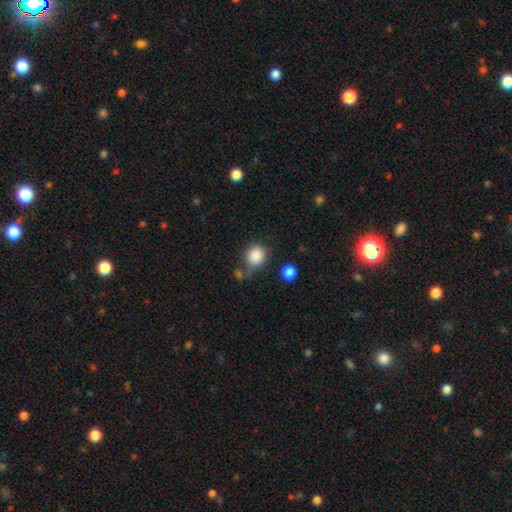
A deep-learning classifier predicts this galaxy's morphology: Smooth or featured? smooth (87%)
How rounded? round (81%)
Merging? none (59%)